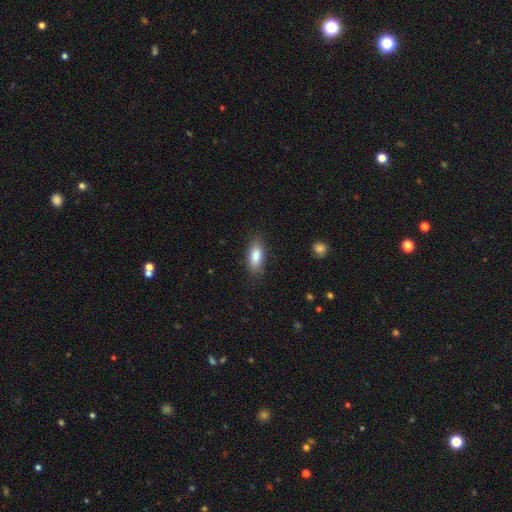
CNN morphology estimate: A smooth galaxy with no disk features (84%) that is in between round and cigar-shaped (82%). Merging: none (83%).